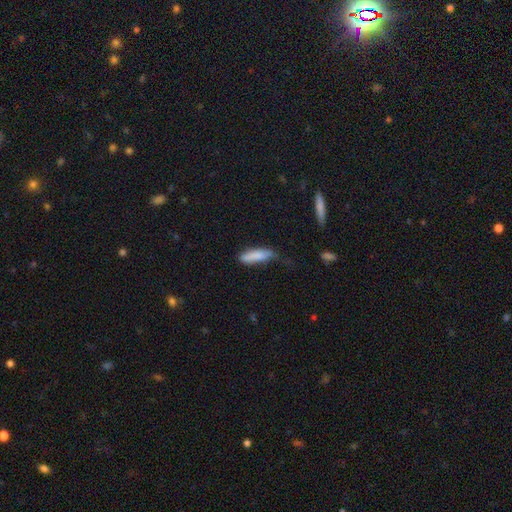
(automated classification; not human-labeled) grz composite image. It shows a smooth galaxy with no disk features (83%) that is cigar-shaped (61%). Merging: none (46%).